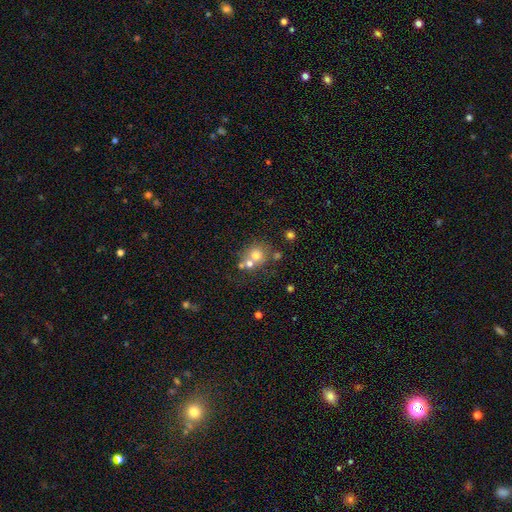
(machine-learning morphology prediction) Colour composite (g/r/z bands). It shows a smooth galaxy with no disk features (66%) that is round (85%). Merging: none (51%).